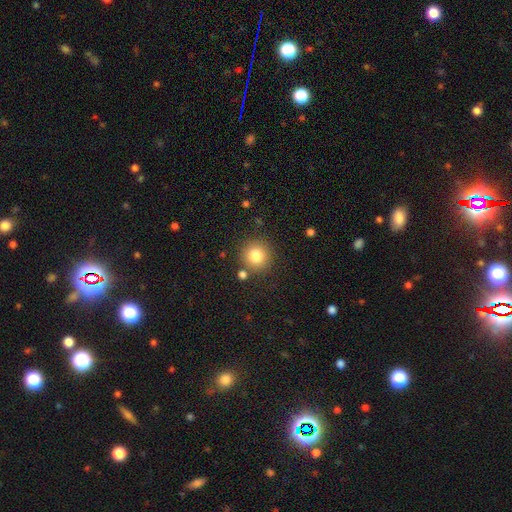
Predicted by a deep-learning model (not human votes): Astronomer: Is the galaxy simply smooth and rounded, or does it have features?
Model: smooth — 81%.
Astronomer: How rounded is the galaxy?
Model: round — 94%.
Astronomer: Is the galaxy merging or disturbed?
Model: none — 84%.